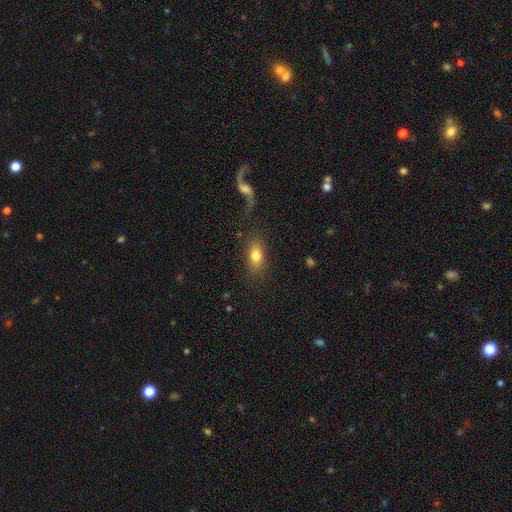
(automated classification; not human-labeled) Smooth or featured?
  - smooth: 76% *
  - featured or disk: 16%
  - star or artifact: 8%
How rounded?
  - in between: 82% *
  - cigar-shaped: 10%
  - round: 9%
Merging?
  - none: 76% *
  - minor disturbance: 12%
  - major disturbance: 7%
  - merger: 5%